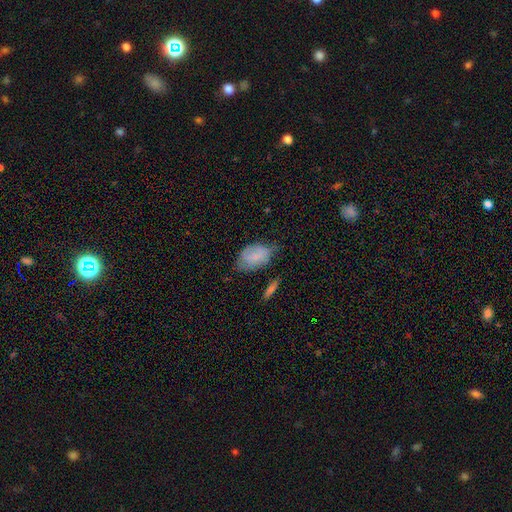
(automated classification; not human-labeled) Morphology: type=smooth (76%); roundness=in between (85%); merging=none (45%).